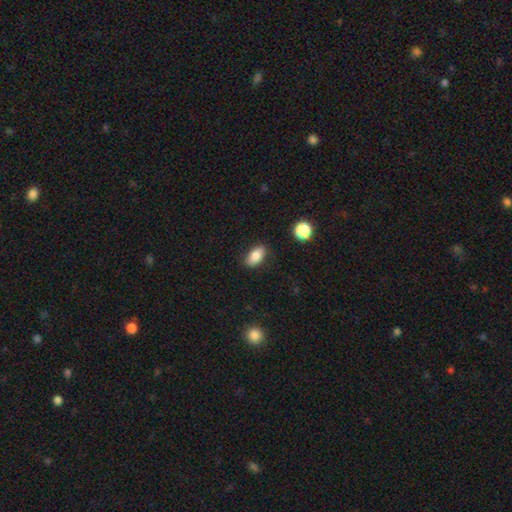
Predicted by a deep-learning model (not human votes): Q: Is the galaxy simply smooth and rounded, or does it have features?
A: smooth — 84%.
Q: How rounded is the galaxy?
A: in between — 90%.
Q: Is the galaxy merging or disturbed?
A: none — 83%.